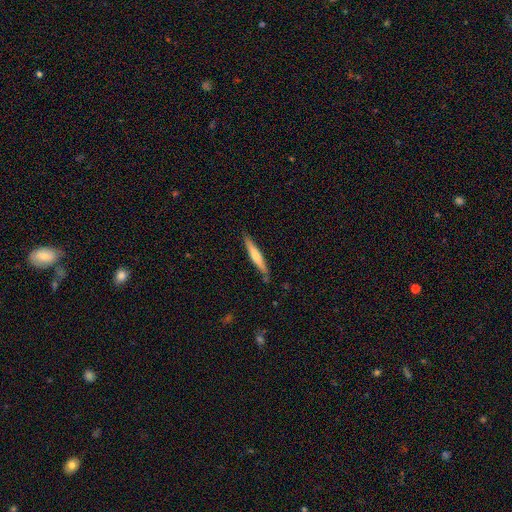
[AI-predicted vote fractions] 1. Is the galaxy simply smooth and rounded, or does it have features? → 55% smooth, 40% featured or disk, 5% star or artifact.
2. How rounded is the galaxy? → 94% cigar-shaped, 5% in between, 1% round.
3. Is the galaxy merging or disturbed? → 86% none, 11% minor disturbance, 2% merger, 2% major disturbance.